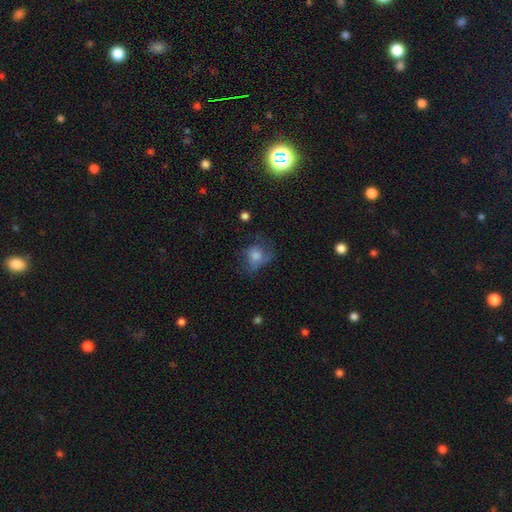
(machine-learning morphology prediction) smooth-or-featured: smooth: 59% | featured or disk: 26% | star or artifact: 16%
  how-rounded: round: 63% | in between: 36% | cigar-shaped: 1%
  merging: none: 48% | major disturbance: 26% | minor disturbance: 25% | merger: 2%